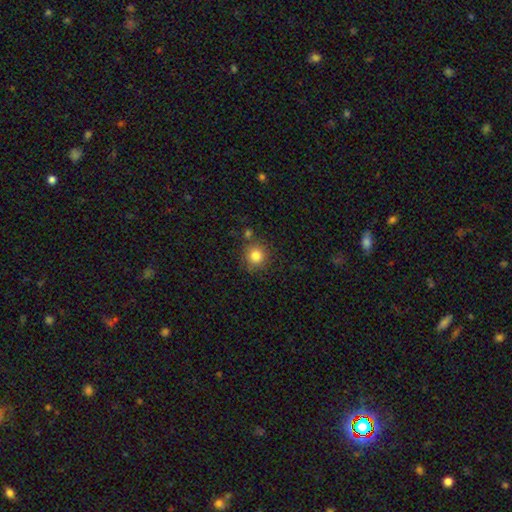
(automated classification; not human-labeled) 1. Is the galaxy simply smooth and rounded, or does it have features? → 82% smooth, 12% star or artifact, 6% featured or disk.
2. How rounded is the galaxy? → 93% round, 6% in between, 1% cigar-shaped.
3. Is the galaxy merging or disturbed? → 81% none, 9% minor disturbance, 7% merger, 3% major disturbance.